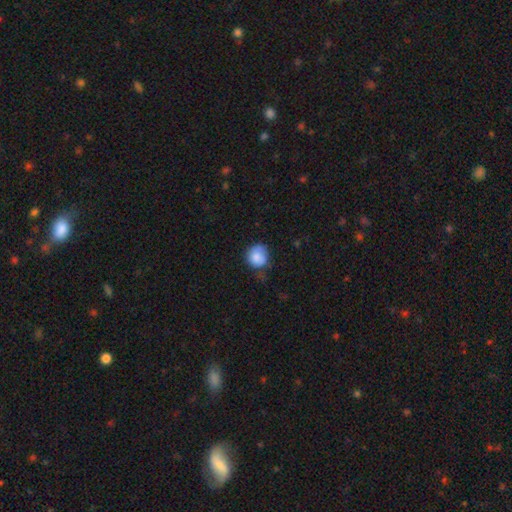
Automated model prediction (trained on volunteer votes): This is clearly a smooth galaxy (82%). How rounded: clearly round (83%). Merging: possibly none (52%).